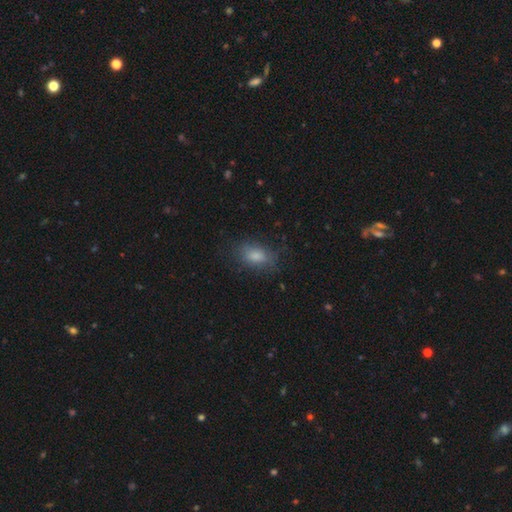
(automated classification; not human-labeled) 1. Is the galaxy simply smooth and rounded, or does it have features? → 80% smooth, 11% featured or disk, 9% star or artifact.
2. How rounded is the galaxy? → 86% in between, 11% round, 4% cigar-shaped.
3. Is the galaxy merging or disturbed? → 72% none, 19% minor disturbance, 8% major disturbance, 1% merger.